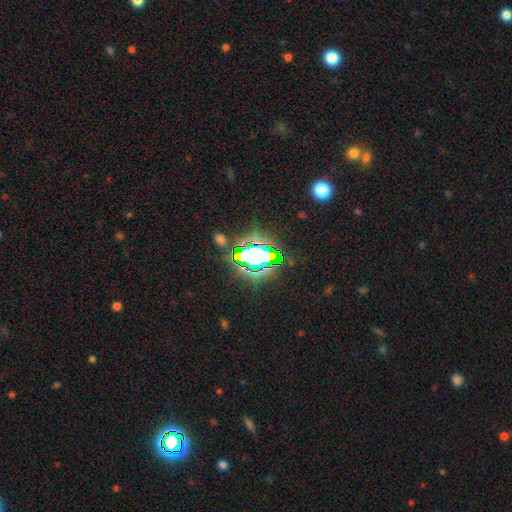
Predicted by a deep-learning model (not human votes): Overall: star or artifact (66%).